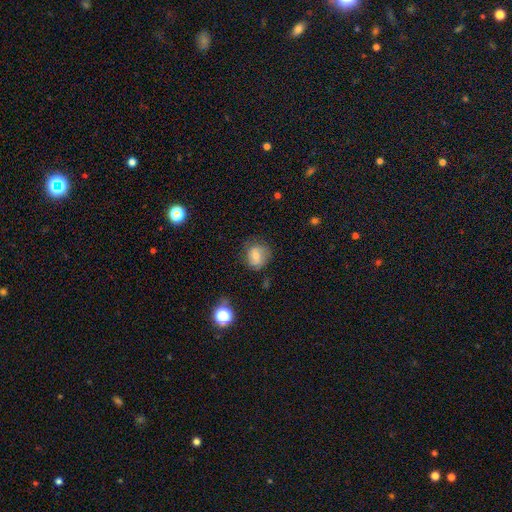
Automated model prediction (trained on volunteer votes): Overall: smooth (57%; featured or disk 32%). How rounded: round (74%). Merging: none (67%).